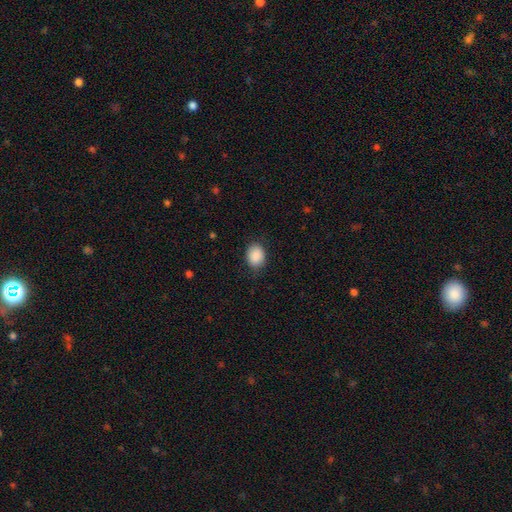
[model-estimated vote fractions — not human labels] Smooth or featured?
  - smooth: 89% *
  - star or artifact: 8%
  - featured or disk: 3%
How rounded?
  - in between: 58% *
  - round: 41%
  - cigar-shaped: 1%
Merging?
  - none: 82% *
  - minor disturbance: 13%
  - major disturbance: 3%
  - merger: 1%